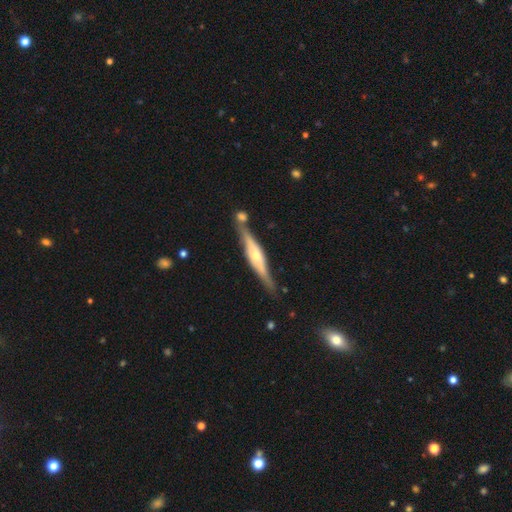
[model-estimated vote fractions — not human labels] This is likely a featured or disk galaxy (73%). It is clearly viewed edge-on (95%). Edge-on bulge: likely rounded (77%). Merging: likely none (73%).